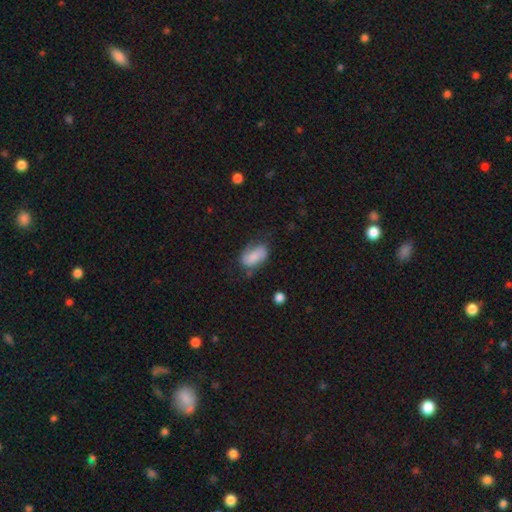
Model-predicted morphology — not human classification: Smooth or featured? Predicted: smooth (p=0.71). How rounded? Predicted: in between (p=0.90). Merging? Predicted: none (p=0.51).